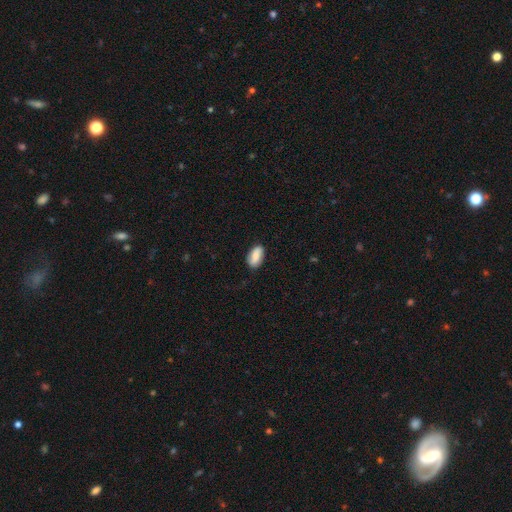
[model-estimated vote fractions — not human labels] smooth_or_featured: smooth (p=0.76) [alt: featured or disk p=0.17]
how_rounded: in between (p=0.92) [alt: cigar-shaped p=0.04]
merging: none (p=0.82) [alt: minor disturbance p=0.14]